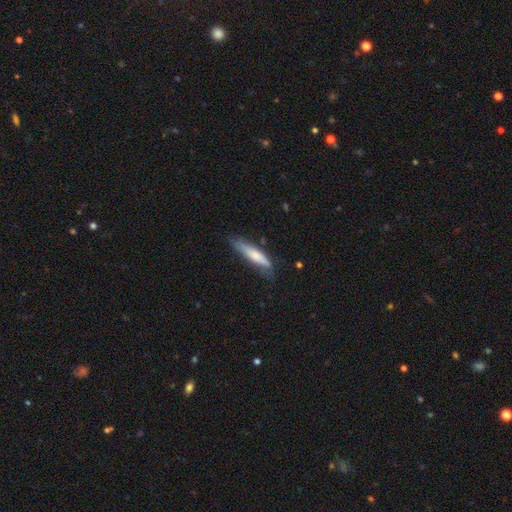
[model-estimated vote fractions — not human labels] This is likely a smooth galaxy (67%). How rounded: clearly cigar-shaped (83%). Merging: likely none (64%).